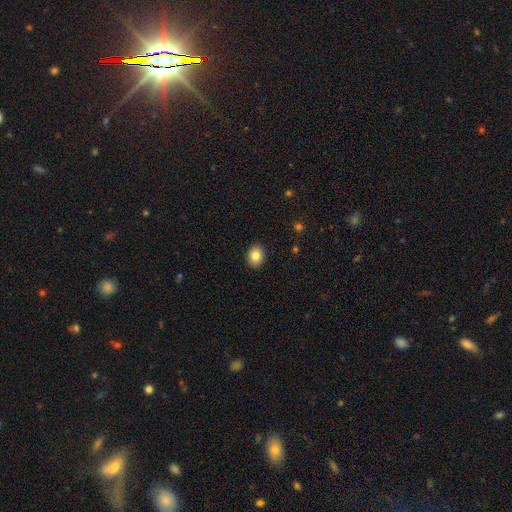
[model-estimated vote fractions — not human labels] Smooth or featured? Predicted: smooth (p=0.83). How rounded? Predicted: in between (p=0.57). Merging? Predicted: none (p=0.90).